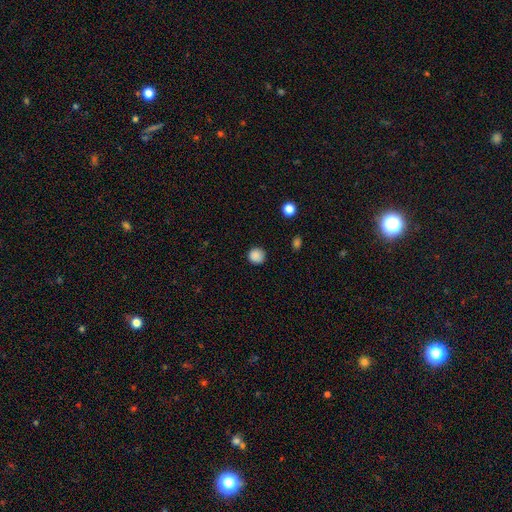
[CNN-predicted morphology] Q: Smooth or featured?
A: smooth (87%); runner-up: star or artifact (11%)
Q: How rounded?
A: round (93%); runner-up: in between (6%)
Q: Merging?
A: none (88%); runner-up: minor disturbance (8%)